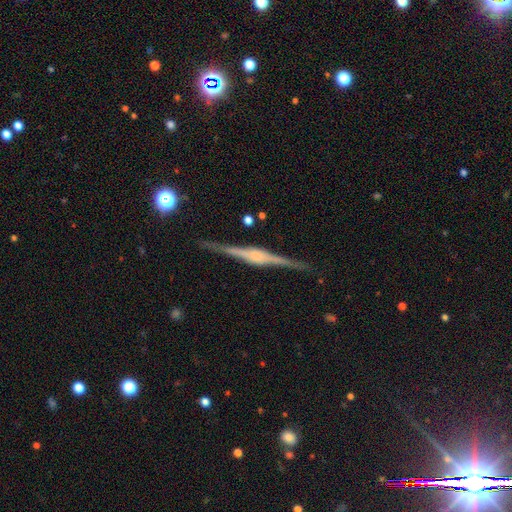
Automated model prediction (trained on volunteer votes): Overall: featured or disk (87%). Edge-on disk: yes (98%). Edge-on bulge: rounded (60%; boxy 35%). Merging: none (89%).